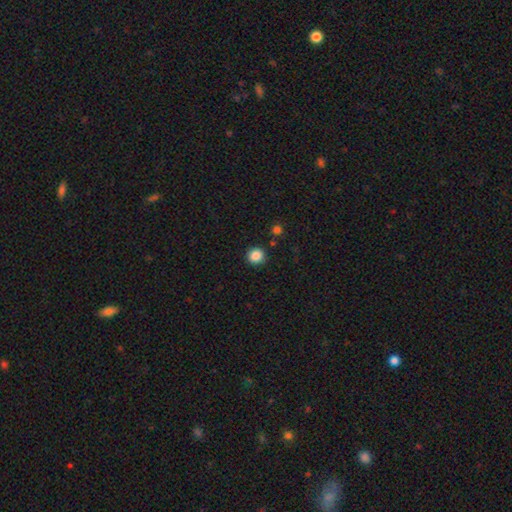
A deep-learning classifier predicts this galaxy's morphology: Overall: smooth (86%). How rounded: round (91%). Merging: none (91%).